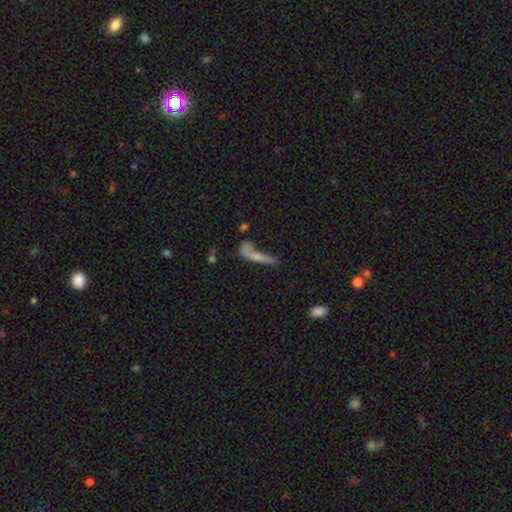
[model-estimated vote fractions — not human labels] A smooth galaxy with no disk features (53%) that is cigar-shaped (70%).

Vote fractions:
- Smooth or featured? smooth: 53% / featured or disk: 34% / star or artifact: 13%
- How rounded? cigar-shaped: 70% / in between: 25% / round: 5%
- Merging? none: 29% / major disturbance: 27% / merger: 26% / minor disturbance: 17%